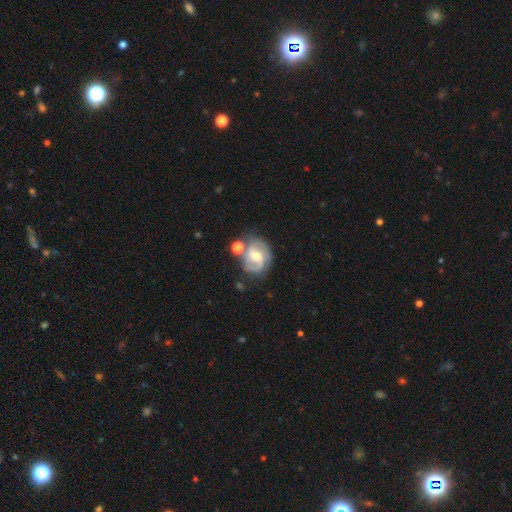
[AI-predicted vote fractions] A featured or disk galaxy (76%) with a weak bar (50%), 2 (71%) medium (47%) spiral arms (91%) and a moderate central bulge (56%).

Vote fractions:
- Smooth or featured? featured or disk: 76% / smooth: 18% / star or artifact: 6%
- Edge-on disk? no: 97% / yes: 3%
- Bar? weak: 50% / no: 35% / strong: 15%
- Spiral arms? yes: 91% / no: 9%
- Spiral winding? medium: 47% / tight: 37% / loose: 16%
- Spiral arm count? 2: 71% / can't tell: 12% / 3: 8% / 1: 6% / 4: 2% / more than 4: 2%
- Bulge size? moderate: 56% / small: 36% / large: 4% / none: 3% / dominant: 1%
- Merging? none: 57% / minor disturbance: 19% / merger: 16% / major disturbance: 8%